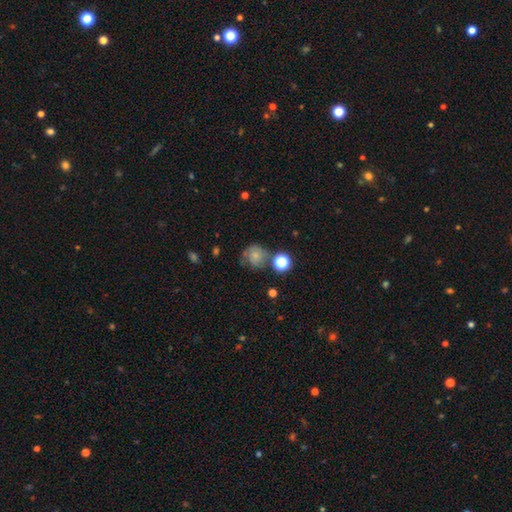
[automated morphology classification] This appears to be a smooth galaxy with no disk features (69%) that is round (84%). Merging: none (53%).